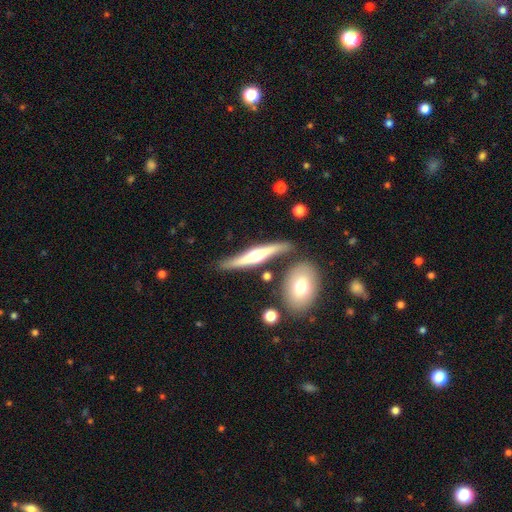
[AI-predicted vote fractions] featured or disk 69%, smooth 26%, star or artifact 5%. Down the decision tree: edge-on disk — yes (94%); edge-on bulge — rounded (89%); merging — none (76%).